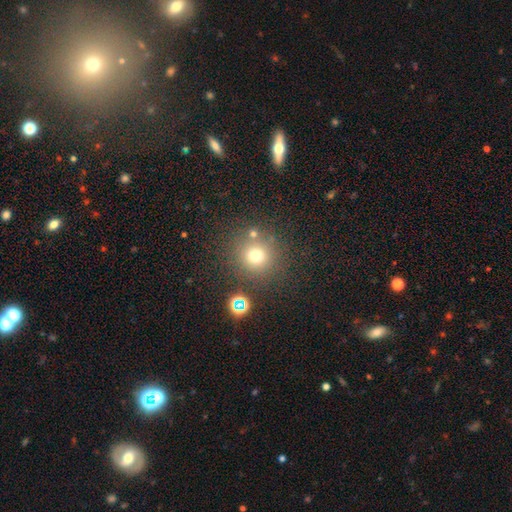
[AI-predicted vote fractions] This is likely a smooth galaxy (72%). How rounded: clearly round (93%). Merging: clearly none (80%).